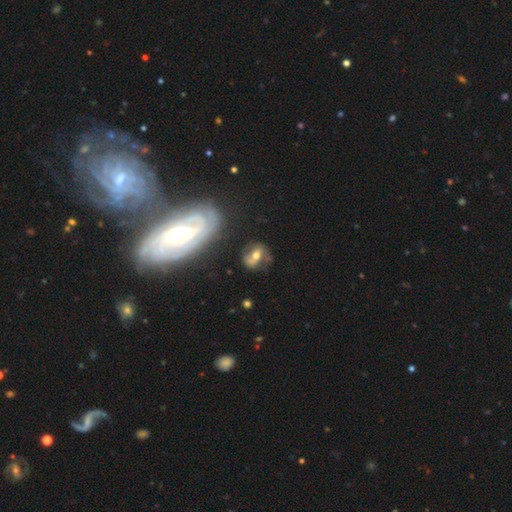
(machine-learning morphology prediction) Overall: featured or disk (54%; smooth 35%). Edge-on disk: no (92%). Merging: none (59%; minor disturbance 21%).